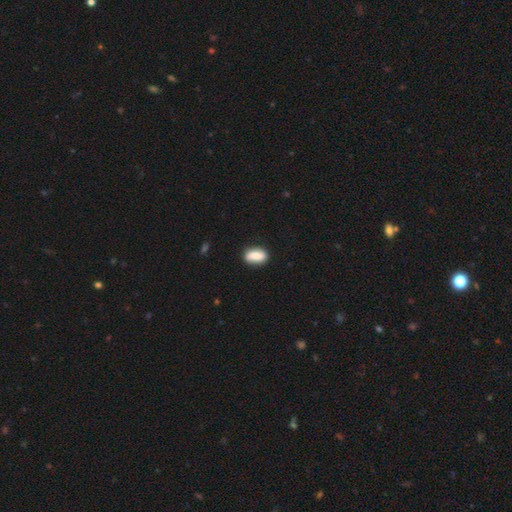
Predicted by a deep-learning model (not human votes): This appears to be a smooth galaxy with no disk features (71%) that is in between round and cigar-shaped (83%). Merging: none (81%).